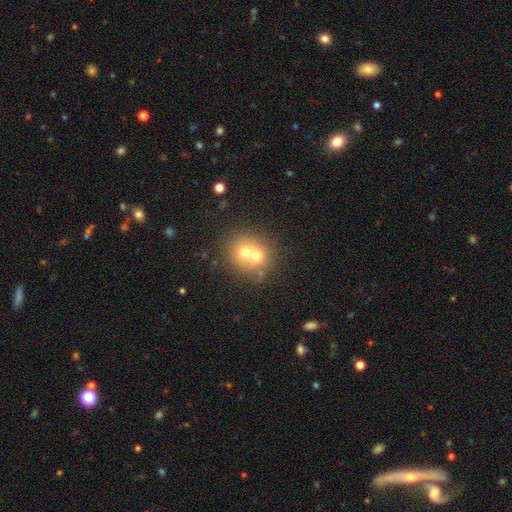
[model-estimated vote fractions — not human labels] Smooth or featured?
  - smooth: 64% *
  - featured or disk: 25%
  - star or artifact: 12%
How rounded?
  - round: 83% *
  - in between: 16%
  - cigar-shaped: 1%
Merging?
  - merger: 61% *
  - none: 31%
  - minor disturbance: 5%
  - major disturbance: 2%